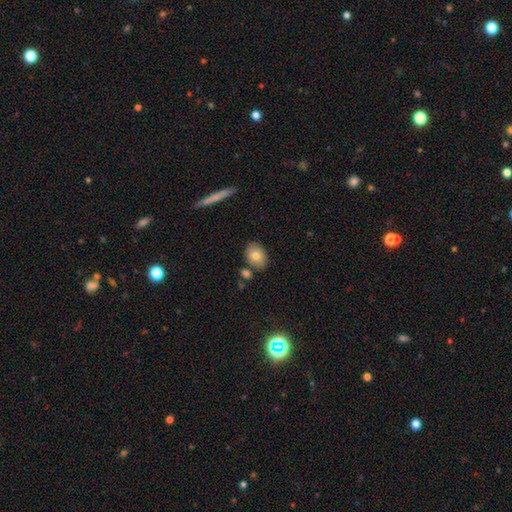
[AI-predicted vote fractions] smooth 80%, featured or disk 13%, star or artifact 8%. Down the decision tree: how rounded — in between (70%); merging — none (75%).